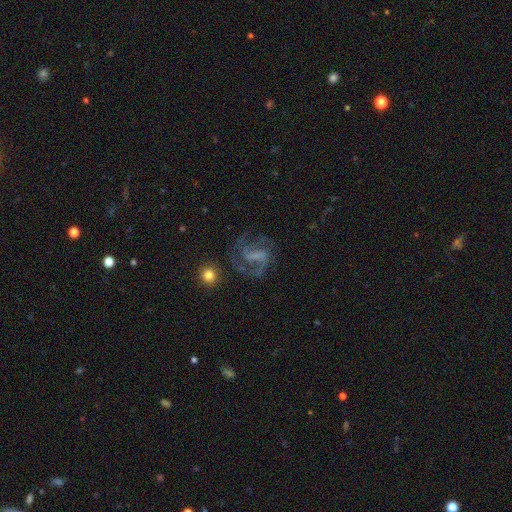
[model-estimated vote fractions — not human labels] smooth_or_featured: featured or disk (p=0.77) [alt: smooth p=0.12]
disk_edge_on: no (p=0.97) [alt: yes p=0.03]
bar: weak (p=0.43) [alt: strong p=0.32]
has_spiral_arms: yes (p=0.91) [alt: no p=0.09]
spiral_winding: medium (p=0.51) [alt: loose p=0.29]
spiral_arm_count: 2 (p=0.65) [alt: can't tell p=0.11]
bulge_size: none (p=0.57) [alt: small p=0.23]
merging: none (p=0.60) [alt: major disturbance p=0.21]